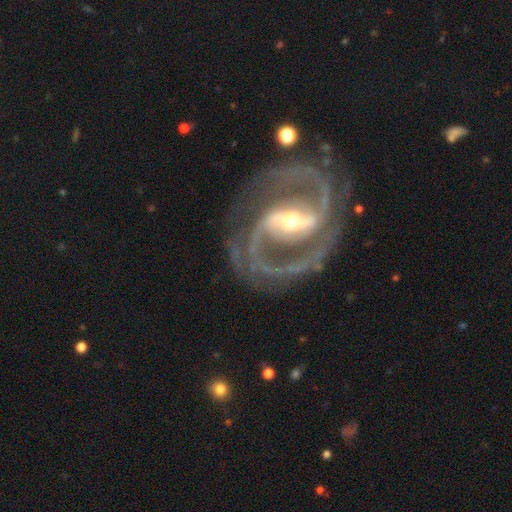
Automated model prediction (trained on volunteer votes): Smooth or featured? Predicted: featured or disk (p=0.93). Edge-on disk? Predicted: no (p=0.98). Bar? Predicted: strong (p=0.65). Spiral arms? Predicted: yes (p=0.98). Spiral winding? Predicted: medium (p=0.62). Spiral arm count? Predicted: 2 (p=0.89). Bulge size? Predicted: small (p=0.52). Merging? Predicted: none (p=0.77).